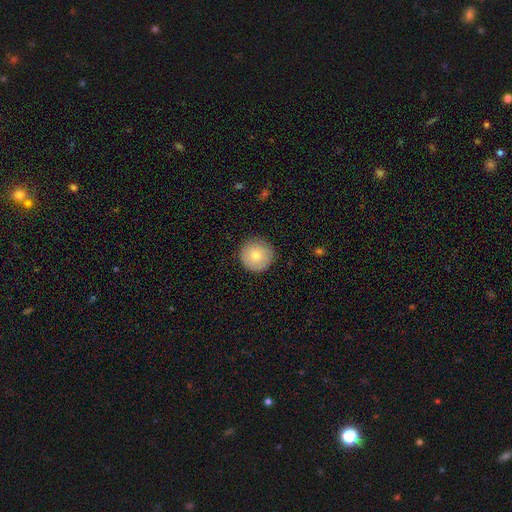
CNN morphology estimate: Smooth or featured? Predicted: smooth (p=0.75). How rounded? Predicted: round (p=0.95). Merging? Predicted: none (p=0.87).